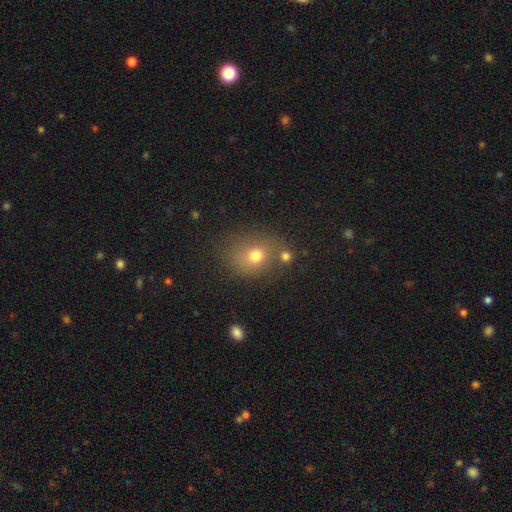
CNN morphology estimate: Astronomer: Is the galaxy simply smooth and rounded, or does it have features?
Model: smooth — 71%.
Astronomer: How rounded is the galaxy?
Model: round — 58% (runner-up: in between, 41%).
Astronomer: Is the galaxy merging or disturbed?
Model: none — 61%.